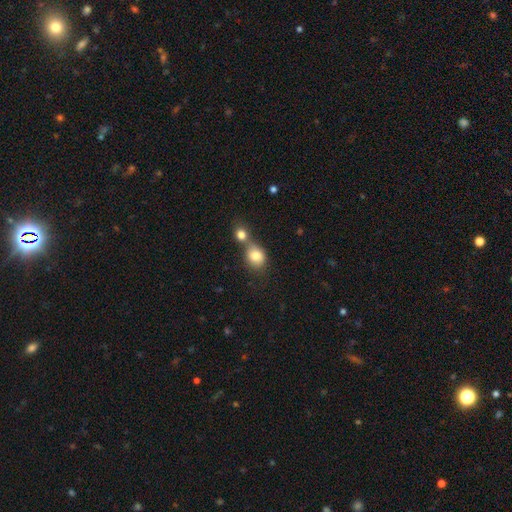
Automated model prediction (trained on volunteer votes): Smooth or featured? smooth (81%)
How rounded? round (66%)
Merging? merger (54%)